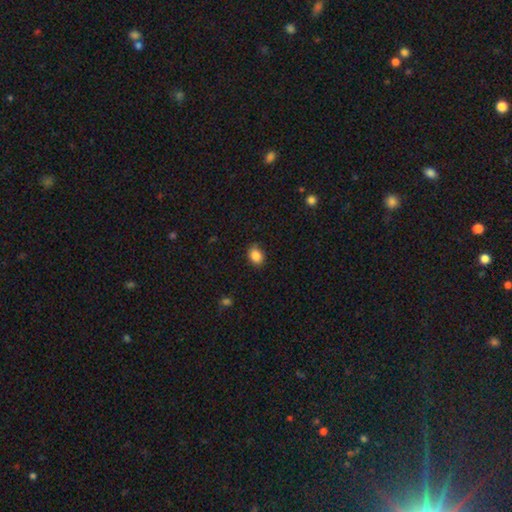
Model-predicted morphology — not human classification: Q: Smooth or featured?
A: smooth (86%); runner-up: star or artifact (9%)
Q: How rounded?
A: in between (60%); runner-up: round (39%)
Q: Merging?
A: none (79%); runner-up: minor disturbance (17%)